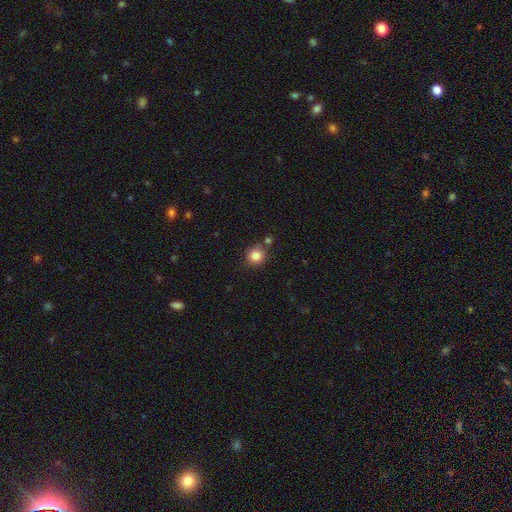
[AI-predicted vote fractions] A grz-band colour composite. It shows a smooth galaxy with no disk features (84%) that is round (87%). Merging: none (74%).